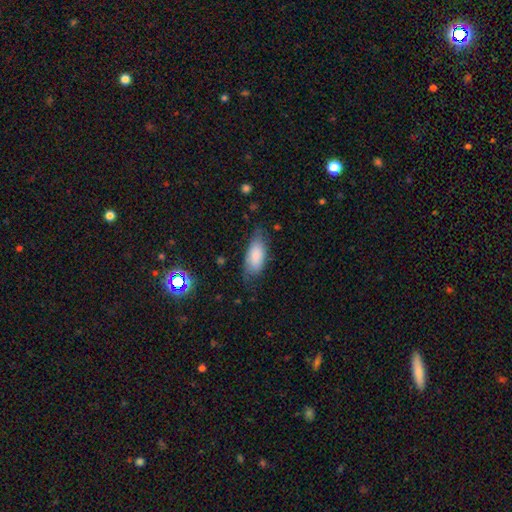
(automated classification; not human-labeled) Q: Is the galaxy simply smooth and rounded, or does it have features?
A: smooth — 80%.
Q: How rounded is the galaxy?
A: in between — 87%.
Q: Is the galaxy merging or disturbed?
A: none — 63%.